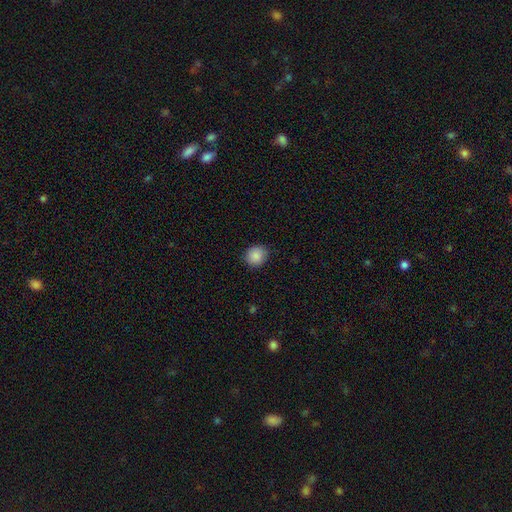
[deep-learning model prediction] Q: Smooth or featured?
A: smooth (88%); runner-up: star or artifact (9%)
Q: How rounded?
A: round (84%); runner-up: in between (15%)
Q: Merging?
A: none (86%); runner-up: minor disturbance (11%)